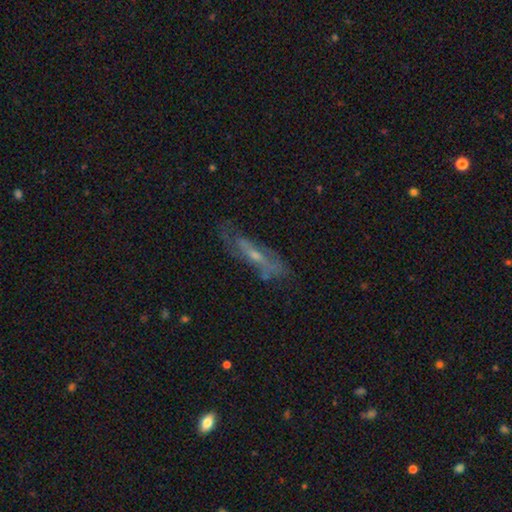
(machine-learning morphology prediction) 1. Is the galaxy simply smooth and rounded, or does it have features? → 66% featured or disk, 25% smooth, 9% star or artifact.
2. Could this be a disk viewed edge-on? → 60% no, 40% yes.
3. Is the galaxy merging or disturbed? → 62% none, 24% minor disturbance, 12% major disturbance, 3% merger.